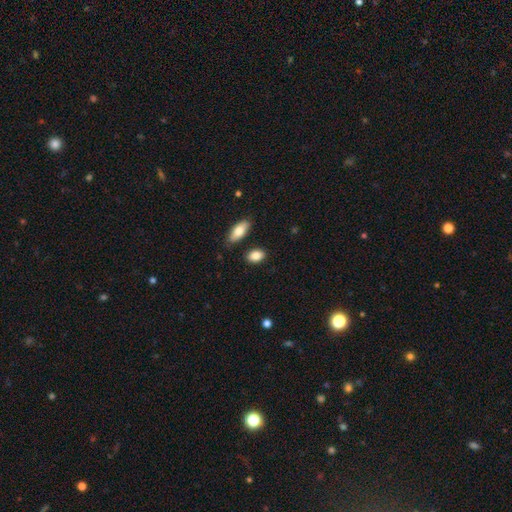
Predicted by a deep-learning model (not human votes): This is clearly a smooth galaxy (86%). How rounded: clearly in between (85%). Merging: clearly none (82%).